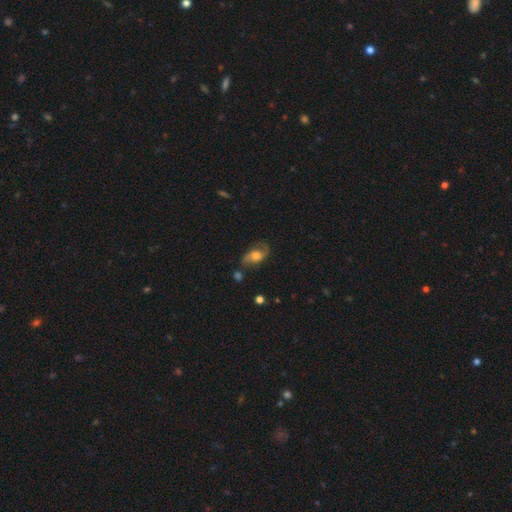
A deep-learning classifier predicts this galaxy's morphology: type=featured or disk (60%); edge-on=no (92%); bar=no (65%); spiral arms=yes (86%); bulge=moderate (47%); merging=none (65%).